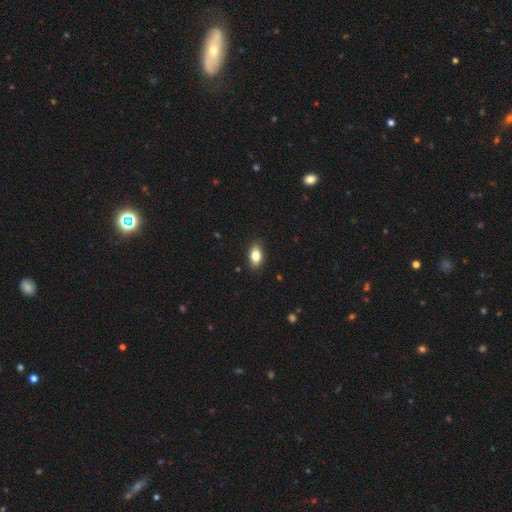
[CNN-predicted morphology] Smooth or featured?
  - smooth: 82% *
  - featured or disk: 10%
  - star or artifact: 8%
How rounded?
  - in between: 88% *
  - round: 9%
  - cigar-shaped: 4%
Merging?
  - none: 88% *
  - minor disturbance: 9%
  - major disturbance: 2%
  - merger: 1%